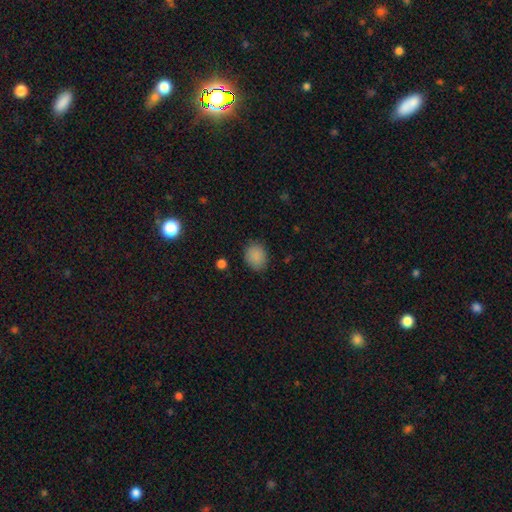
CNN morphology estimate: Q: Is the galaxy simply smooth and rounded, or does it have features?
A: smooth — 87%.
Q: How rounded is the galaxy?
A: round — 54%.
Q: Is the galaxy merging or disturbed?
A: none — 84%.